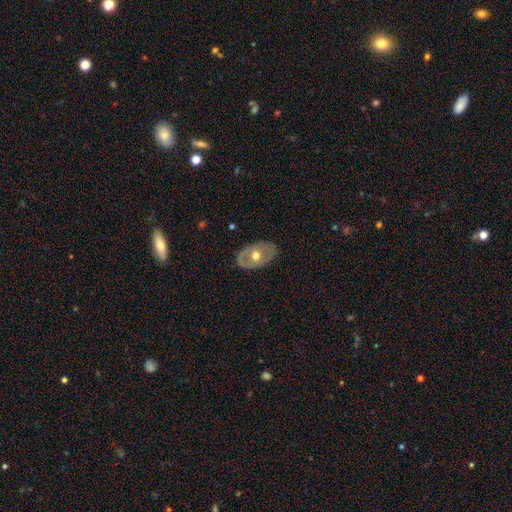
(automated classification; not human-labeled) Smooth or featured: featured or disk — 56% (smooth — 38%)
Edge-on disk: no — 88% (yes — 12%)
Merging: none — 80% (minor disturbance — 15%)